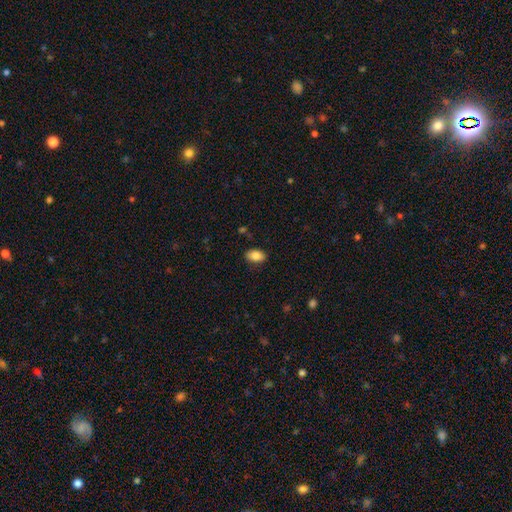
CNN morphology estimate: smooth_or_featured: smooth (p=0.84) [alt: featured or disk p=0.08]
how_rounded: in between (p=0.89) [alt: round p=0.10]
merging: none (p=0.86) [alt: minor disturbance p=0.11]